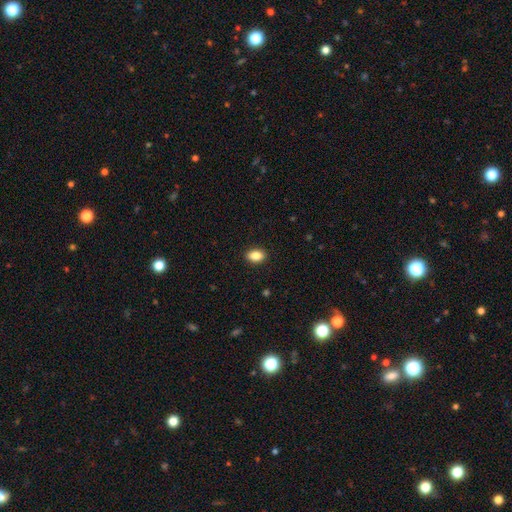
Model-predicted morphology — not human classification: smooth 87%, star or artifact 8%, featured or disk 5%. Down the decision tree: how rounded — in between (83%); merging — none (90%).